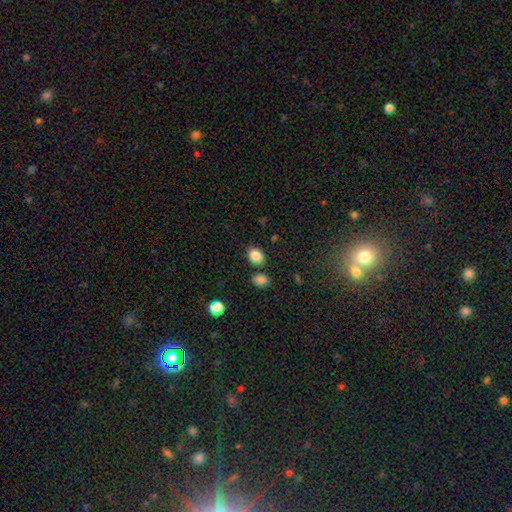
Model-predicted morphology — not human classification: This appears to be a smooth galaxy with no disk features (86%) that is in between round and cigar-shaped (71%). Merging: none (78%).